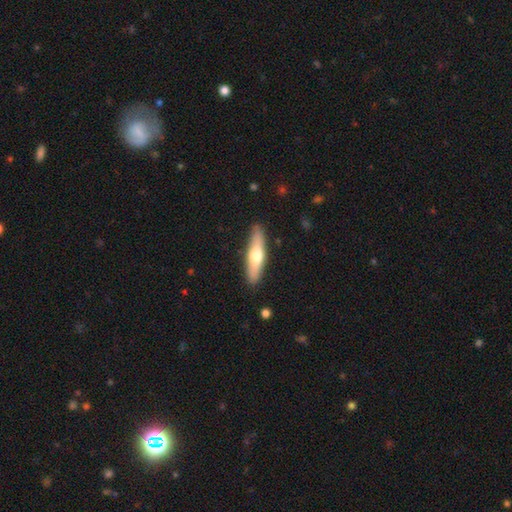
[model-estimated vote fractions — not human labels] The model was most divided on "smooth or featured": smooth: 55%, featured or disk: 40%, star or artifact: 5%. More confident: merging — none (89%); how rounded — cigar-shaped (72%).